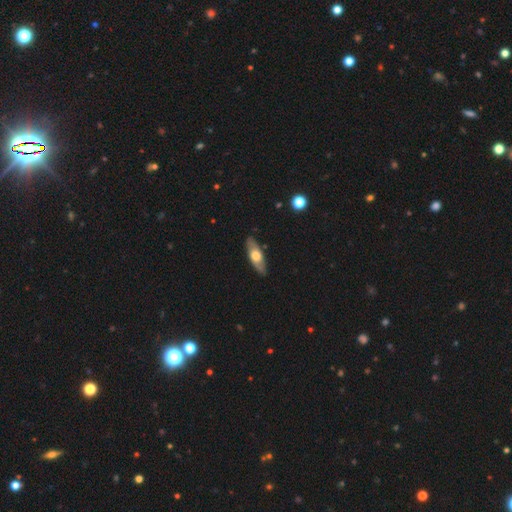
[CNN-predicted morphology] This is possibly a featured or disk galaxy (49%). Merging: clearly none (87%).